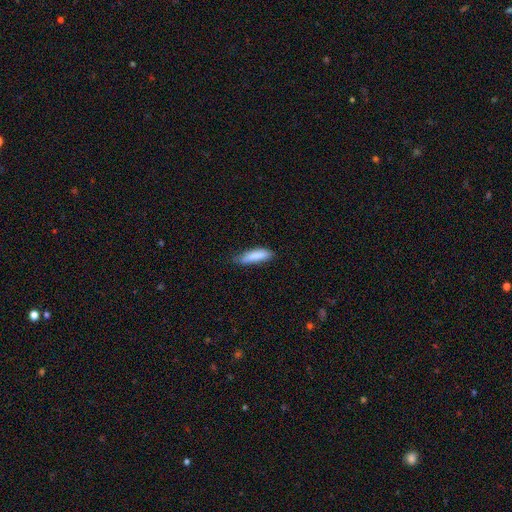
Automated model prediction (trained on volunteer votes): Overall: smooth (86%). How rounded: cigar-shaped (60%; in between 39%). Merging: none (68%).